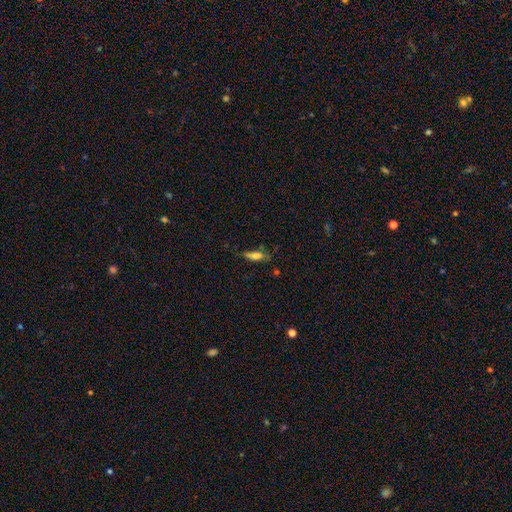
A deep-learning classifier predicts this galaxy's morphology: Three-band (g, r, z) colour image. It shows a smooth galaxy with no disk features (62%) that is in between round and cigar-shaped (49%). Merging: none (55%).